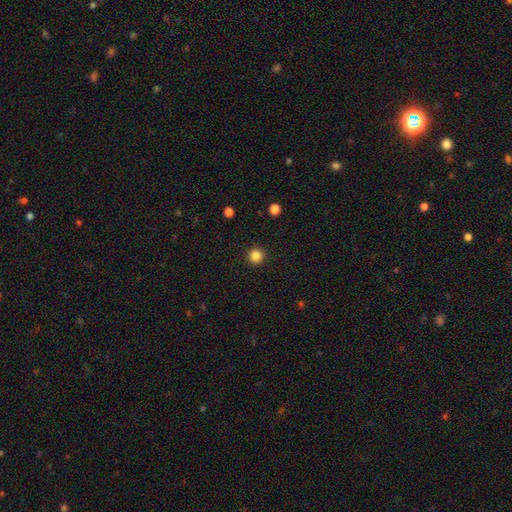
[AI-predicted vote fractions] This appears to be a smooth galaxy with no disk features (85%) that is round (95%). Merging: none (93%).